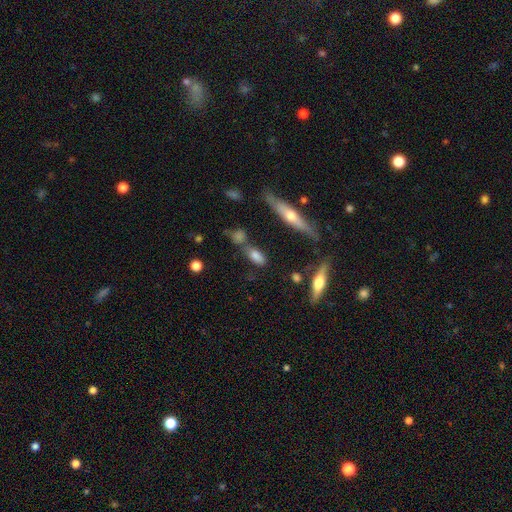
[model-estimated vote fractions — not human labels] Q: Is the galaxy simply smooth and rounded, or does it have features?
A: smooth — 69%.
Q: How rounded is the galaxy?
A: in between — 68%.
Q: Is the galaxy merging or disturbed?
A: none — 61%.